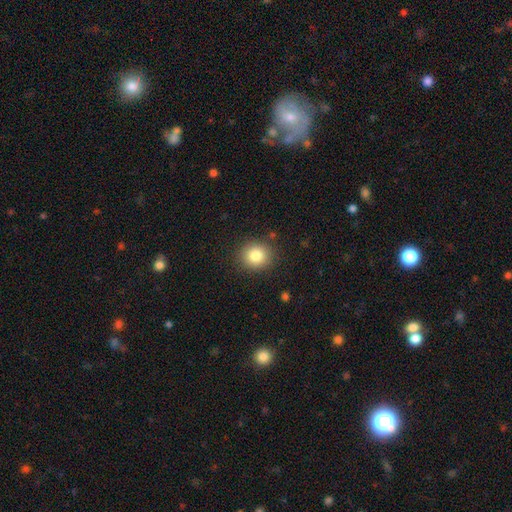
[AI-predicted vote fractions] smooth-or-featured: smooth: 82% | star or artifact: 10% | featured or disk: 7%
  how-rounded: round: 79% | in between: 20% | cigar-shaped: 1%
  merging: none: 88% | minor disturbance: 8% | major disturbance: 3% | merger: 1%